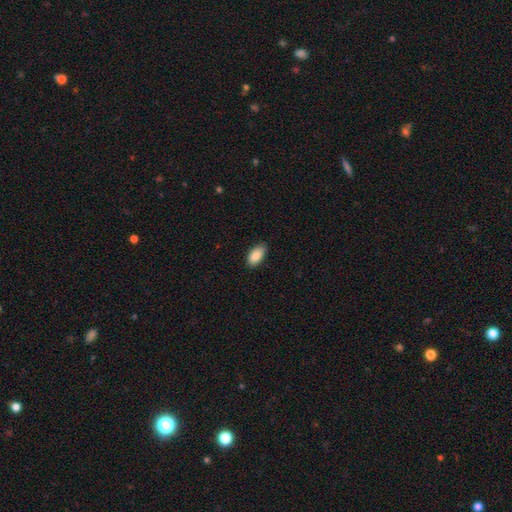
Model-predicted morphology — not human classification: A smooth galaxy with no disk features (88%) that is in between round and cigar-shaped (94%). Merging: none (85%).